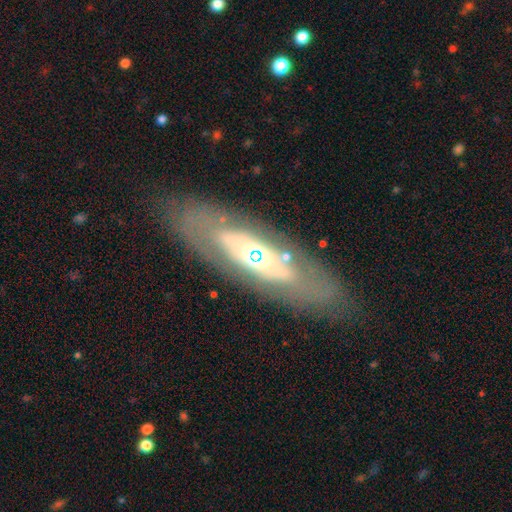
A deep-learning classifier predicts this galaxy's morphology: Smooth or featured? featured or disk (68%)
Edge-on disk? no (67%)
Merging? none (79%)